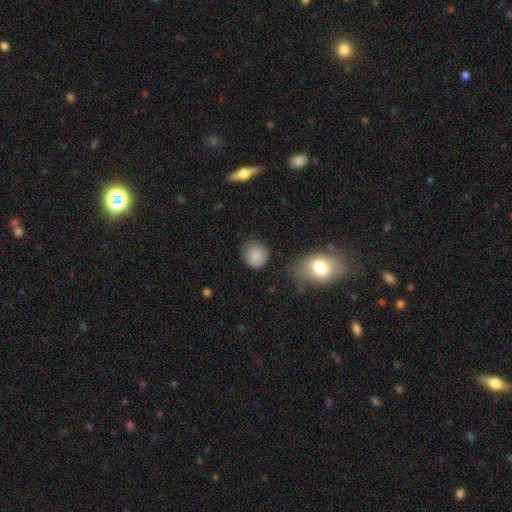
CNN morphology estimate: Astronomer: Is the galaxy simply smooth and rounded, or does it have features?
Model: smooth — 85%.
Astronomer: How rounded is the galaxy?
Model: round — 85%.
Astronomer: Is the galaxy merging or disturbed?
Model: none — 77%.